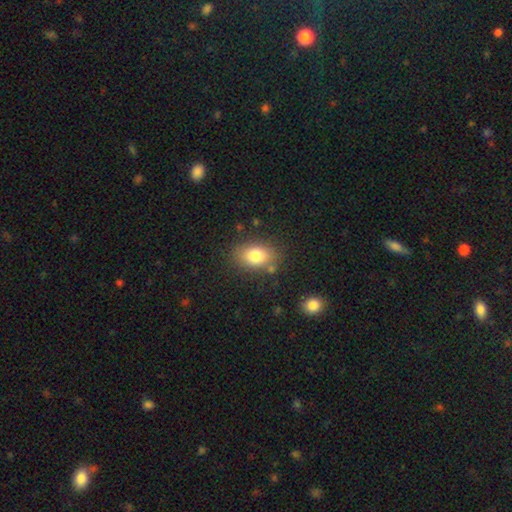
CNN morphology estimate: This appears to be a smooth galaxy with no disk features (80%) that is in between round and cigar-shaped (80%). Merging: none (79%).